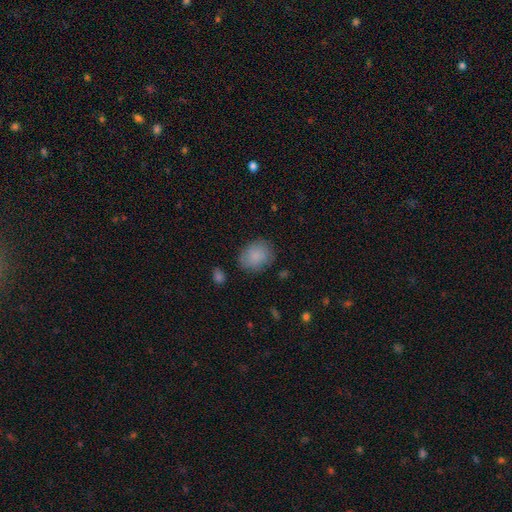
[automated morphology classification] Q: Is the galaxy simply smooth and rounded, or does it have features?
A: smooth — 86%.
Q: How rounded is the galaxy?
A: in between — 54%.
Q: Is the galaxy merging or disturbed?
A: none — 79%.